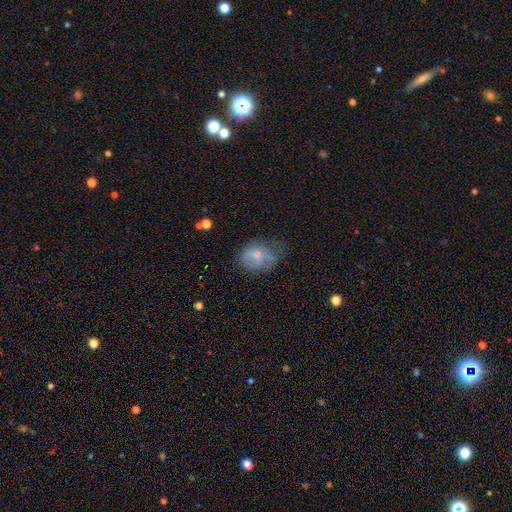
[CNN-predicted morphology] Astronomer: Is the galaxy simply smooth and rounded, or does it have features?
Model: smooth — 56% (runner-up: featured or disk, 32%).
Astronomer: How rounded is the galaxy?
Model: in between — 71%.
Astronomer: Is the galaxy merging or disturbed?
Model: none — 45% (runner-up: minor disturbance, 34%).